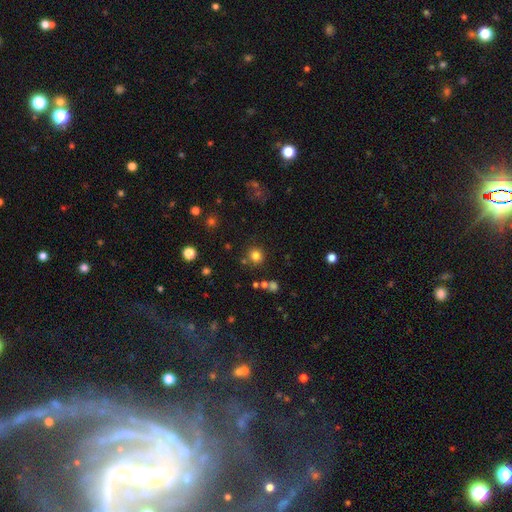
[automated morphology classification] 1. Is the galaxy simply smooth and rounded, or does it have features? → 79% smooth, 15% star or artifact, 6% featured or disk.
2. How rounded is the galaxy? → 91% round, 8% in between, 1% cigar-shaped.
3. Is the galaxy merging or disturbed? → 84% none, 7% minor disturbance, 6% merger, 3% major disturbance.